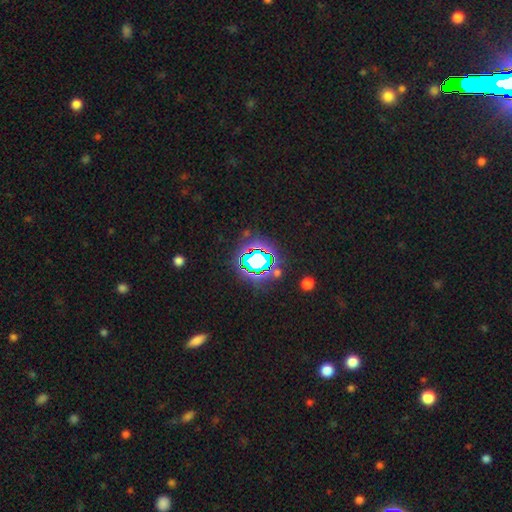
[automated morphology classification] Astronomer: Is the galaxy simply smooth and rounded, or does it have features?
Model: star or artifact — 82%.